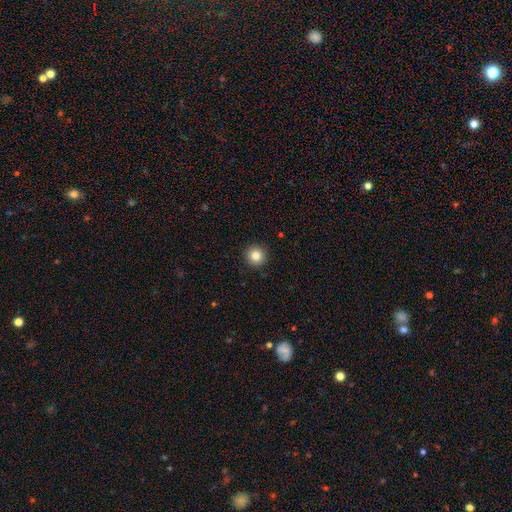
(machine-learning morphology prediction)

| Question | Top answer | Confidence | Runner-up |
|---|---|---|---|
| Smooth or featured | smooth | 84% | star or artifact (10%) |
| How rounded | round | 95% | in between (4%) |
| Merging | none | 93% | minor disturbance (5%) |